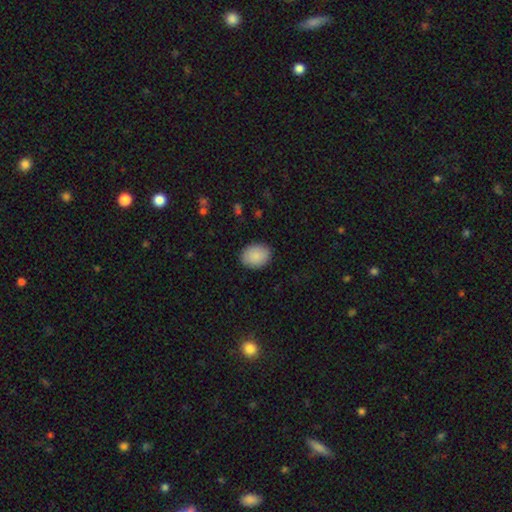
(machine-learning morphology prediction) smooth 88%, star or artifact 7%, featured or disk 5%. Down the decision tree: how rounded — in between (60%); merging — none (89%).